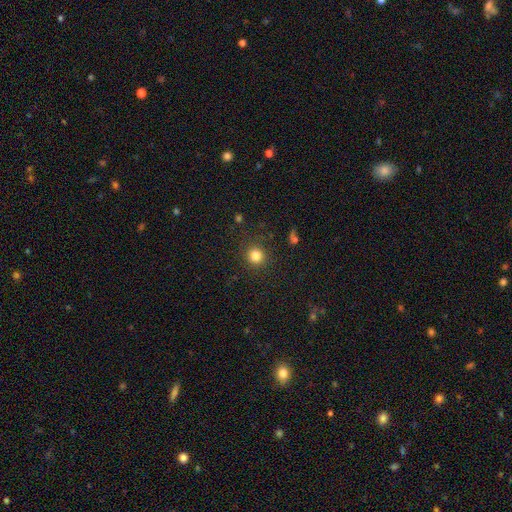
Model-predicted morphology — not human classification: A smooth galaxy with no disk features (82%) that is round (92%). Merging: none (88%).